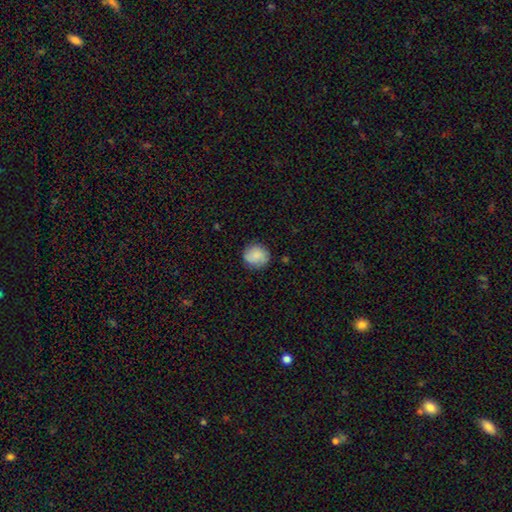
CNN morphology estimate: A smooth galaxy with no disk features (83%) that is round (86%). Merging: none (82%).